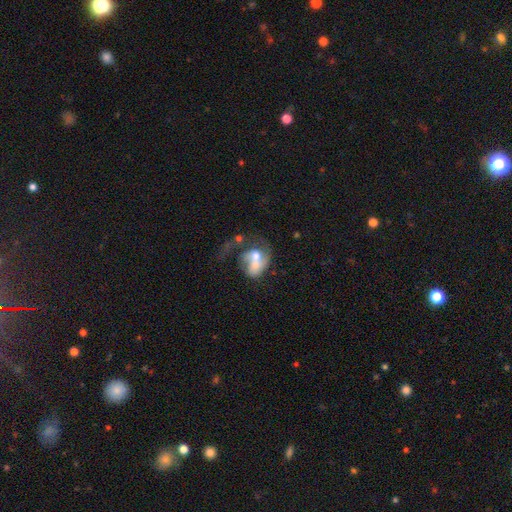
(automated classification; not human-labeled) smooth-or-featured: featured or disk: 49% | smooth: 42% | star or artifact: 9%
  merging: merger: 49% | major disturbance: 27% | none: 14% | minor disturbance: 10%